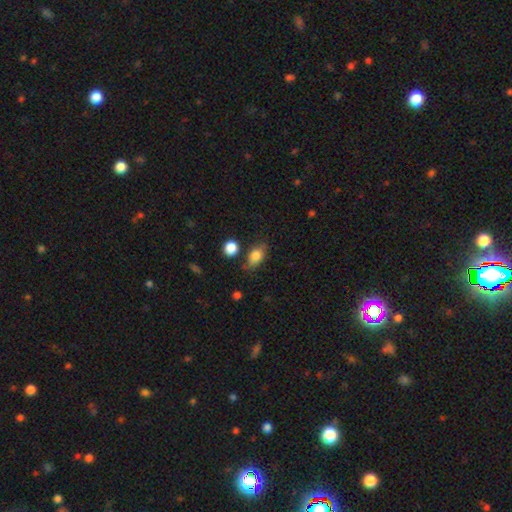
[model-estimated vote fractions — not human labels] Overall: smooth (81%). How rounded: in between (80%). Merging: none (70%).